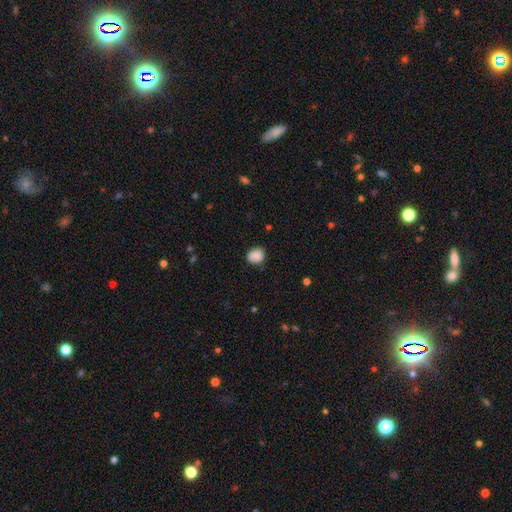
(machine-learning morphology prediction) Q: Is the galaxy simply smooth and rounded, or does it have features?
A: smooth — 86%.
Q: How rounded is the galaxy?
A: round — 57%.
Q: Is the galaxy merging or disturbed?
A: none — 76%.